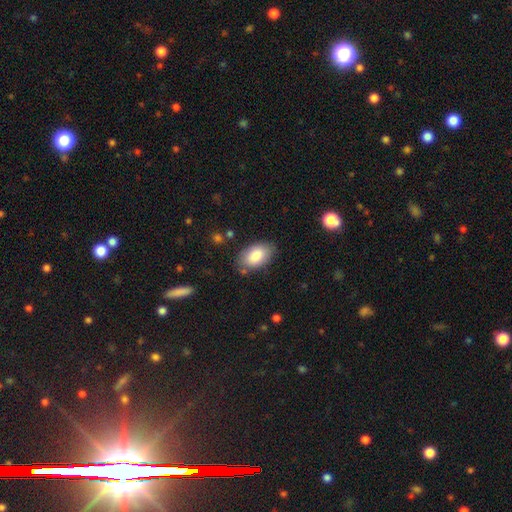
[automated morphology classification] Smooth or featured? Predicted: smooth (p=0.85). How rounded? Predicted: in between (p=0.93). Merging? Predicted: none (p=0.79).